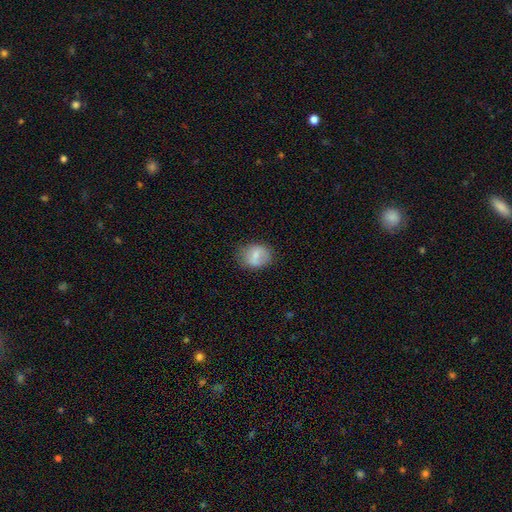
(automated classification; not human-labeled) The model was most divided on "how rounded": round: 51%, in between: 48%, cigar-shaped: 1%. More confident: smooth or featured — smooth (70%); merging — none (70%).